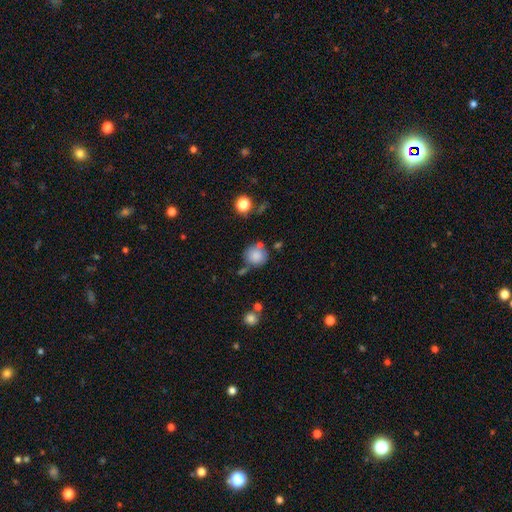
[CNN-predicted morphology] smooth_or_featured: smooth (p=0.84) [alt: star or artifact p=0.09]
how_rounded: round (p=0.89) [alt: in between p=0.10]
merging: none (p=0.67) [alt: minor disturbance p=0.15]